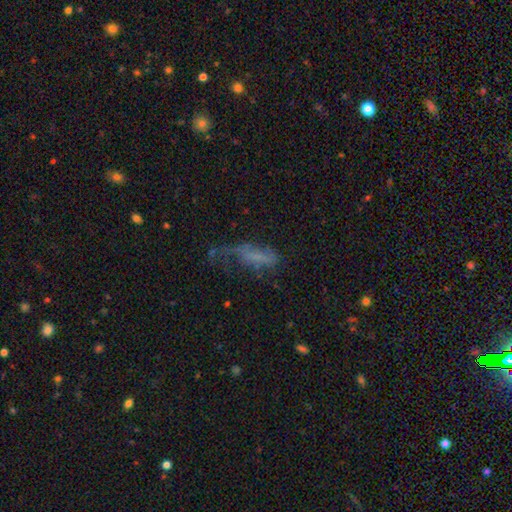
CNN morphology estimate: Smooth or featured? Predicted: smooth (p=0.45). Merging? Predicted: major disturbance (p=0.44).